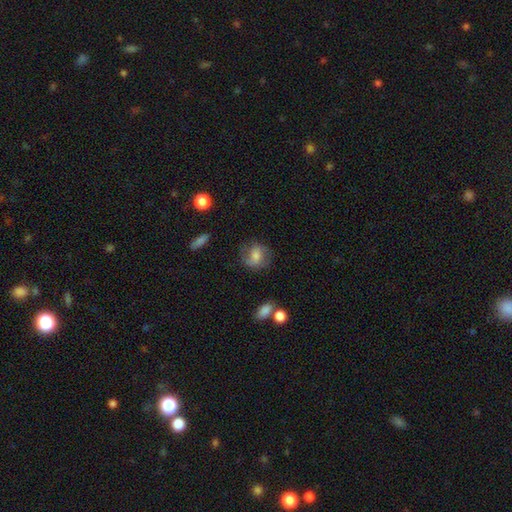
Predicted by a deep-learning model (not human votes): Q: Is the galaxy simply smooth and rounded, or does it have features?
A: smooth — 46%.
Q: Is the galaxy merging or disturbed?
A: none — 68%.